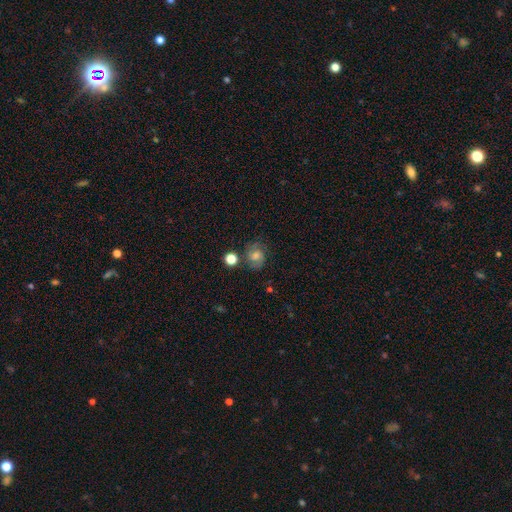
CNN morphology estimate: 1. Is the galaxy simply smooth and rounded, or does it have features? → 46% featured or disk, 41% smooth, 13% star or artifact.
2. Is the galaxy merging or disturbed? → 71% none, 17% minor disturbance, 7% major disturbance, 5% merger.